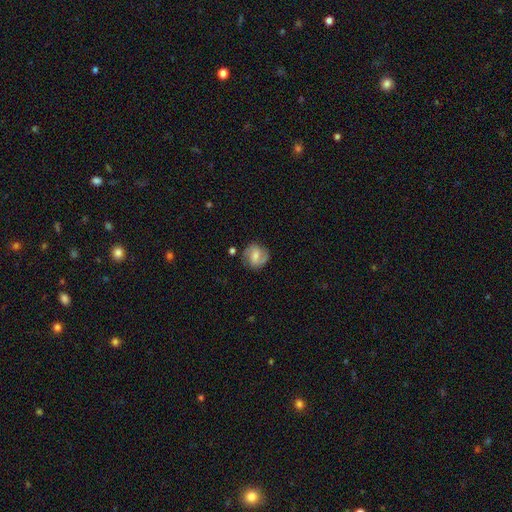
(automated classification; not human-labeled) Smooth or featured? featured or disk (63%)
Edge-on disk? no (97%)
Bar? weak (48%)
Spiral arms? yes (89%)
Spiral winding? medium (47%)
Spiral arm count? 2 (87%)
Bulge size? moderate (47%)
Merging? none (76%)